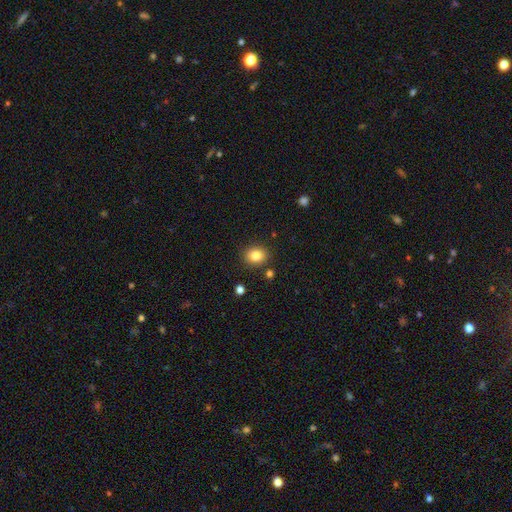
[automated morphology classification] A smooth galaxy with no disk features (83%) that is round (63%).

Vote fractions:
- Smooth or featured? smooth: 83% / star or artifact: 10% / featured or disk: 6%
- How rounded? round: 63% / in between: 36% / cigar-shaped: 1%
- Merging? none: 86% / minor disturbance: 8% / merger: 3% / major disturbance: 2%